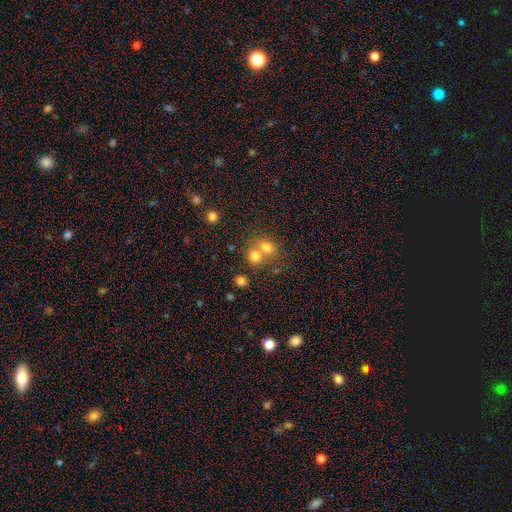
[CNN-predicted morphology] smooth-or-featured: smooth: 71% | star or artifact: 15% | featured or disk: 14%
  how-rounded: round: 68% | in between: 31% | cigar-shaped: 1%
  merging: merger: 57% | none: 35% | minor disturbance: 6% | major disturbance: 3%